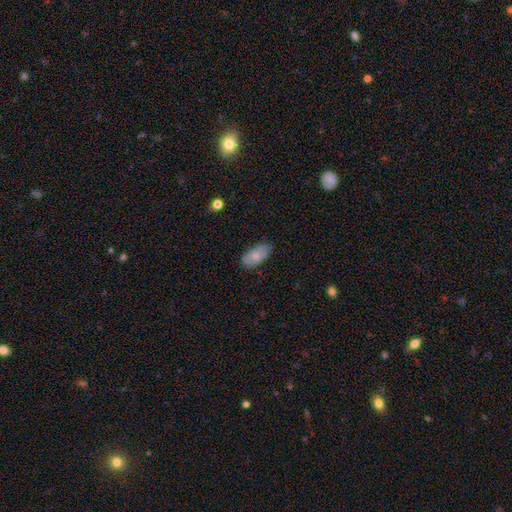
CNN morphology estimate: Q: Smooth or featured?
A: smooth (73%); runner-up: featured or disk (20%)
Q: How rounded?
A: in between (93%); runner-up: round (4%)
Q: Merging?
A: none (70%); runner-up: minor disturbance (24%)